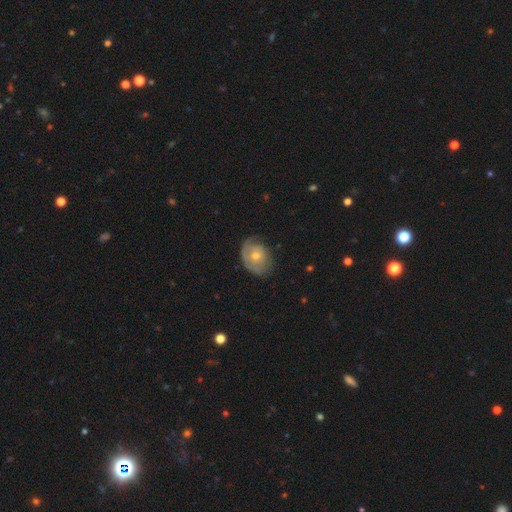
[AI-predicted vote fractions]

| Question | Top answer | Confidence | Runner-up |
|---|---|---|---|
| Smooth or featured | featured or disk | 58% | smooth (35%) |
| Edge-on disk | no | 95% | yes (5%) |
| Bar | no | 83% | weak (15%) |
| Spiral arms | yes | 64% | no (36%) |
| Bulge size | moderate | 54% | small (41%) |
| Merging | none | 63% | minor disturbance (26%) |